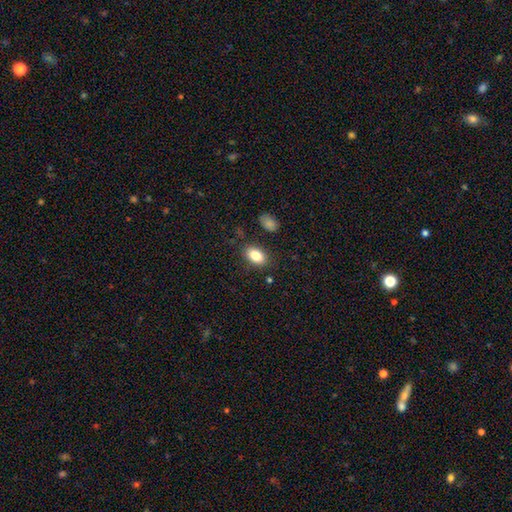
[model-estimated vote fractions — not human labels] The model was most divided on "merging": none: 84%, minor disturbance: 11%, major disturbance: 3%, merger: 2%. More confident: how rounded — in between (90%); smooth or featured — smooth (84%).